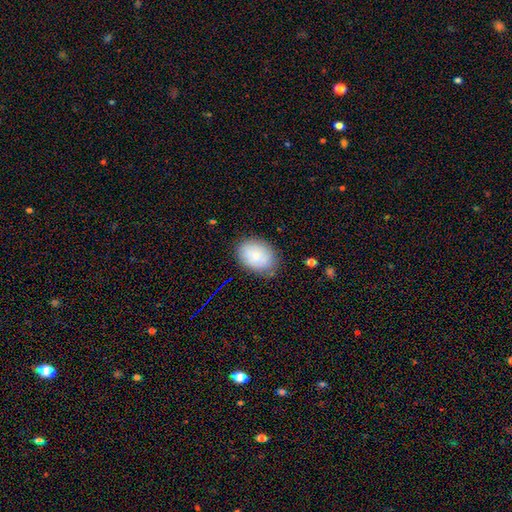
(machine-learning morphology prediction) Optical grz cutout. It shows a smooth galaxy with no disk features (81%) that is in between round and cigar-shaped (80%). Merging: none (79%).